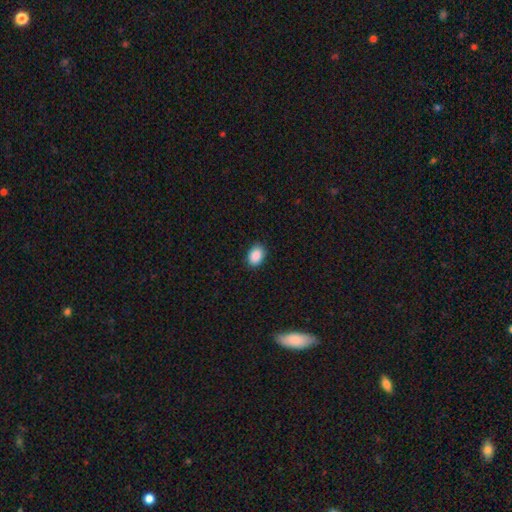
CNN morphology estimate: type=smooth (89%); roundness=in between (82%); merging=none (89%).